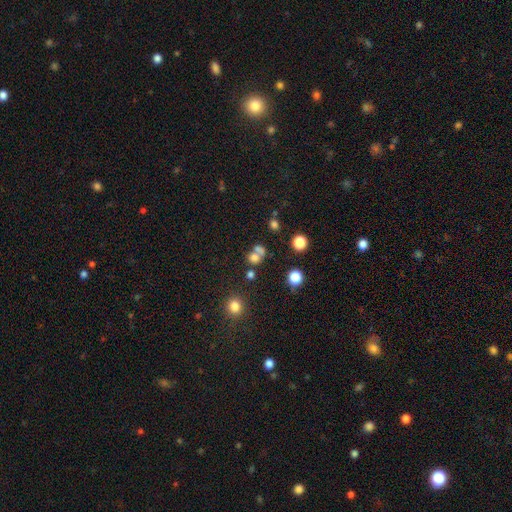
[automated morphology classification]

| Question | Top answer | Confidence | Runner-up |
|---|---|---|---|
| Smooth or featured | smooth | 67% | star or artifact (20%) |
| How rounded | round | 72% | in between (27%) |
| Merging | merger | 47% | none (38%) |